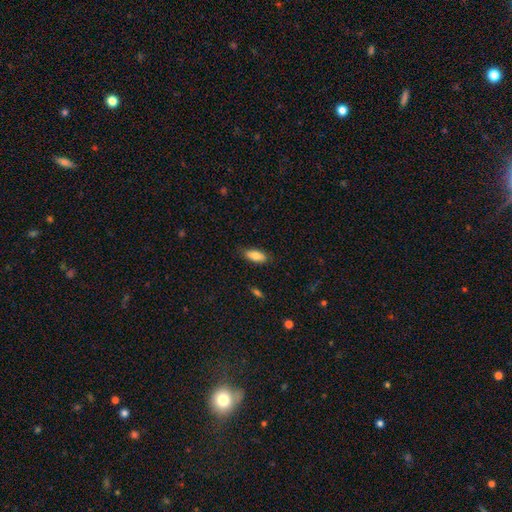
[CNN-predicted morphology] Overall: smooth (84%). How rounded: in between (83%). Merging: none (83%).